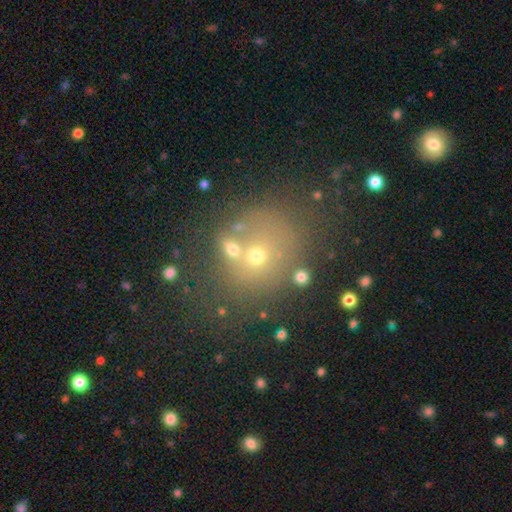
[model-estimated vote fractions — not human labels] A smooth galaxy with no disk features (49%).

Vote fractions:
- Smooth or featured? smooth: 49% / star or artifact: 31% / featured or disk: 21%
- Merging? none: 56% / merger: 26% / minor disturbance: 11% / major disturbance: 7%